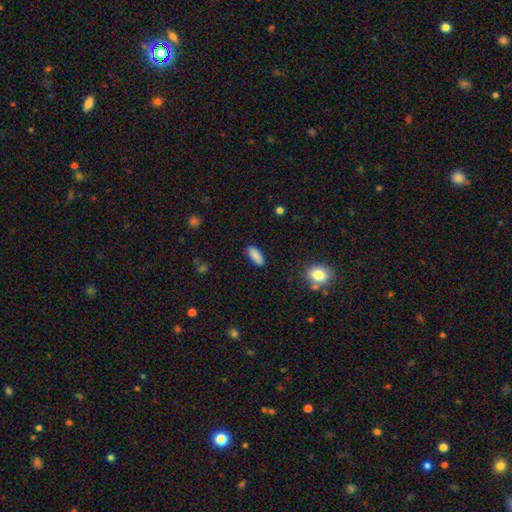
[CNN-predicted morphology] smooth-or-featured: smooth: 89% | star or artifact: 7% | featured or disk: 4%
  how-rounded: in between: 68% | cigar-shaped: 30% | round: 2%
  merging: none: 88% | minor disturbance: 8% | major disturbance: 2% | merger: 1%